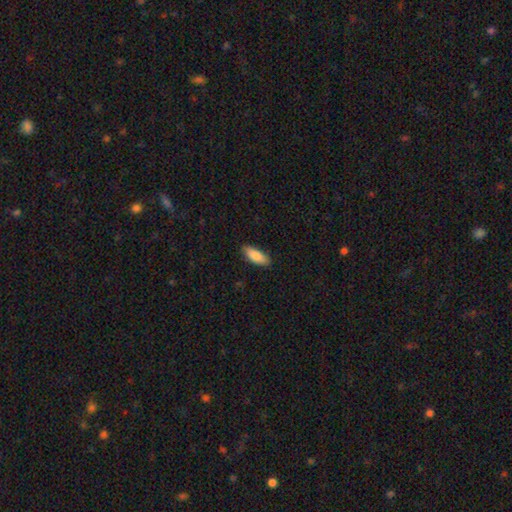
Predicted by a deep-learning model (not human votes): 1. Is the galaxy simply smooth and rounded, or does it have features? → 88% smooth, 7% featured or disk, 6% star or artifact.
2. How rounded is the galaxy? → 75% in between, 24% cigar-shaped, 2% round.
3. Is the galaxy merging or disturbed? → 88% none, 10% minor disturbance, 2% major disturbance, 1% merger.